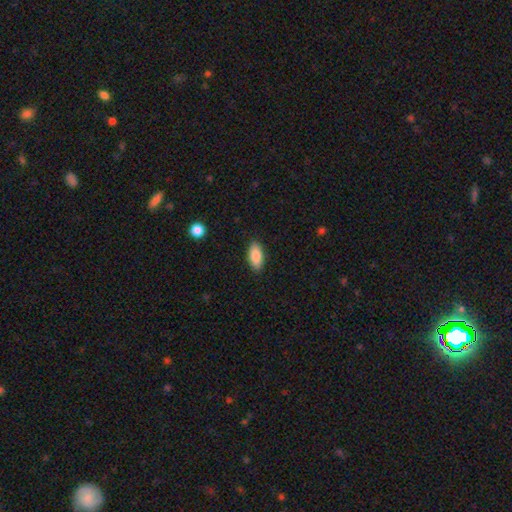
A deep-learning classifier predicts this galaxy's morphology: Smooth or featured?
  - smooth: 86% *
  - featured or disk: 7%
  - star or artifact: 7%
How rounded?
  - in between: 88% *
  - cigar-shaped: 9%
  - round: 2%
Merging?
  - none: 88% *
  - minor disturbance: 9%
  - major disturbance: 2%
  - merger: 1%